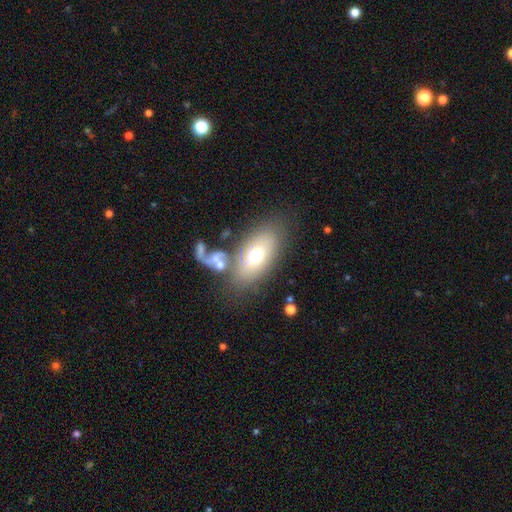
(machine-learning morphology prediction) This is likely a smooth galaxy (63%). How rounded: clearly in between (88%). Merging: likely none (60%).